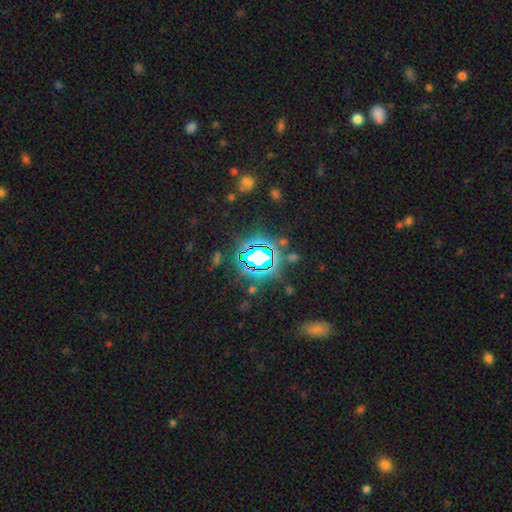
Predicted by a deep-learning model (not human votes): Smooth or featured?
  - star or artifact: 74% *
  - smooth: 15%
  - featured or disk: 11%